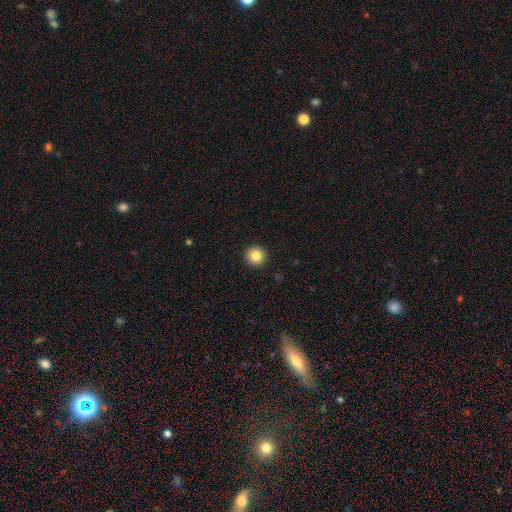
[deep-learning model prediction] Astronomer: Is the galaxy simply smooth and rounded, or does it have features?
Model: smooth — 84%.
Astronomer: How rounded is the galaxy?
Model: round — 96%.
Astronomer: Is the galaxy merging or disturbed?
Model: none — 94%.